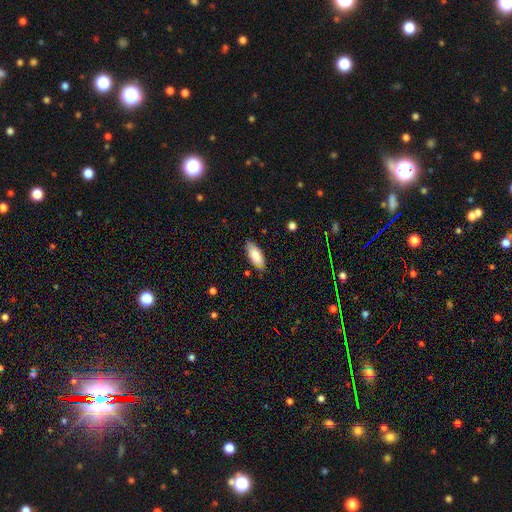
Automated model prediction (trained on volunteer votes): Smooth or featured?
  - smooth: 81% *
  - featured or disk: 13%
  - star or artifact: 6%
How rounded?
  - in between: 85% *
  - cigar-shaped: 14%
  - round: 2%
Merging?
  - none: 80% *
  - minor disturbance: 16%
  - major disturbance: 3%
  - merger: 1%